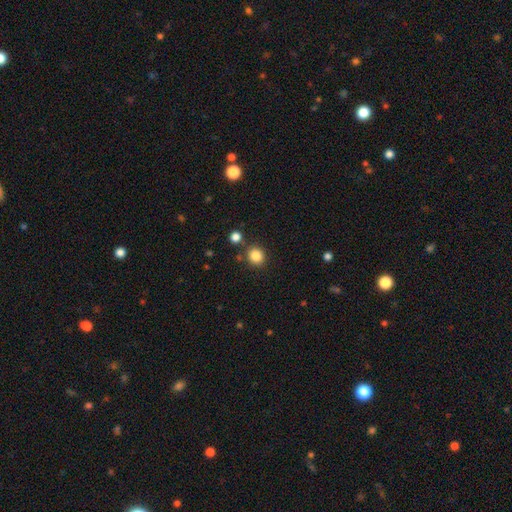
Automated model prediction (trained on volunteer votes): Overall: smooth (85%). How rounded: round (81%). Merging: none (82%).